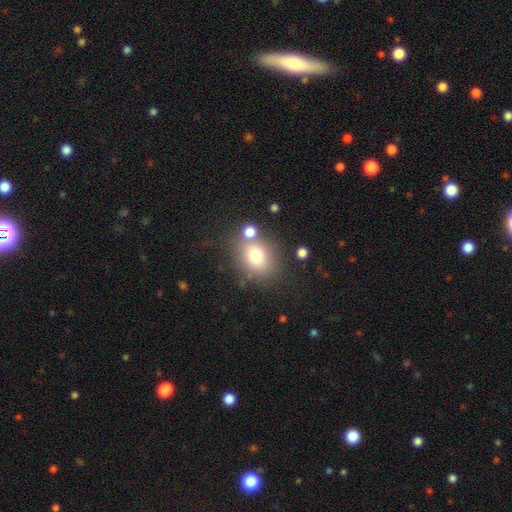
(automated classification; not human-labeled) A smooth galaxy with no disk features (74%) that is round (57%).

Vote fractions:
- Smooth or featured? smooth: 74% / featured or disk: 13% / star or artifact: 13%
- How rounded? round: 57% / in between: 42% / cigar-shaped: 1%
- Merging? none: 67% / merger: 14% / minor disturbance: 13% / major disturbance: 6%